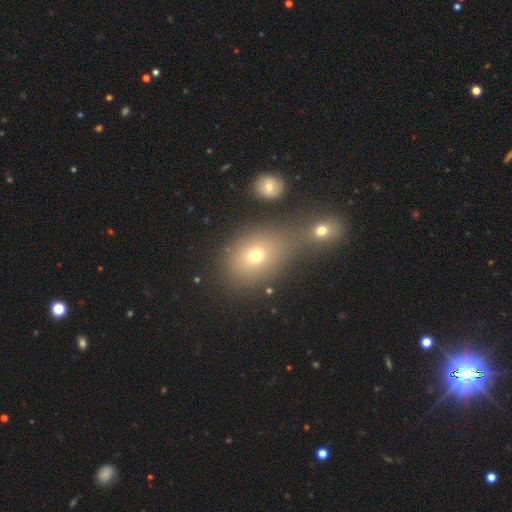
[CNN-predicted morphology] smooth-or-featured: smooth: 68% | star or artifact: 18% | featured or disk: 14%
  how-rounded: in between: 53% | round: 45% | cigar-shaped: 2%
  merging: none: 52% | merger: 33% | minor disturbance: 10% | major disturbance: 5%